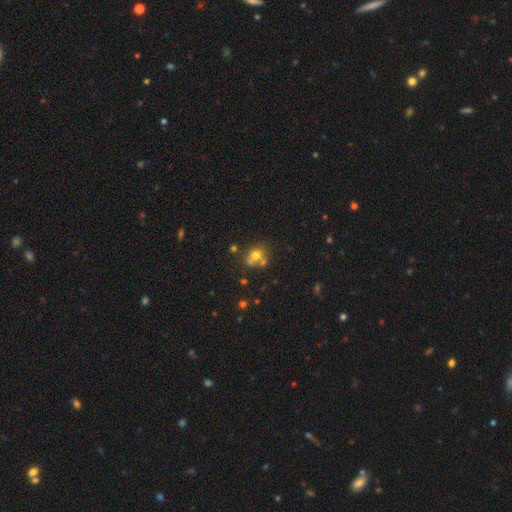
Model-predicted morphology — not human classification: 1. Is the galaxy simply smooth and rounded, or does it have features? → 65% smooth, 18% featured or disk, 17% star or artifact.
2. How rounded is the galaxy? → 67% round, 32% in between, 1% cigar-shaped.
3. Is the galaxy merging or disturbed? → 45% none, 38% merger, 12% minor disturbance, 5% major disturbance.